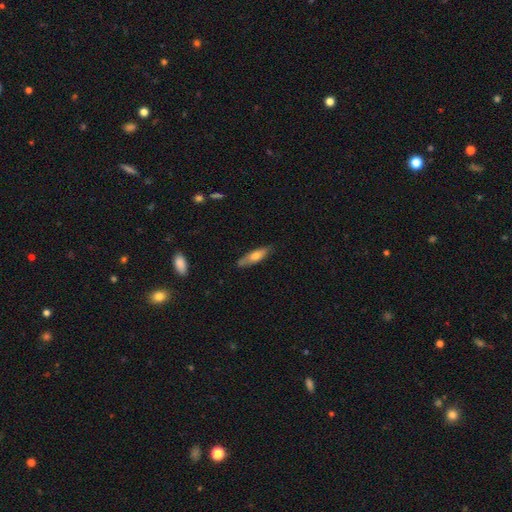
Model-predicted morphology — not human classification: A smooth galaxy with no disk features (63%) that is cigar-shaped (59%).

Vote fractions:
- Smooth or featured? smooth: 63% / featured or disk: 31% / star or artifact: 6%
- How rounded? cigar-shaped: 59% / in between: 39% / round: 2%
- Merging? none: 78% / minor disturbance: 17% / major disturbance: 3% / merger: 2%